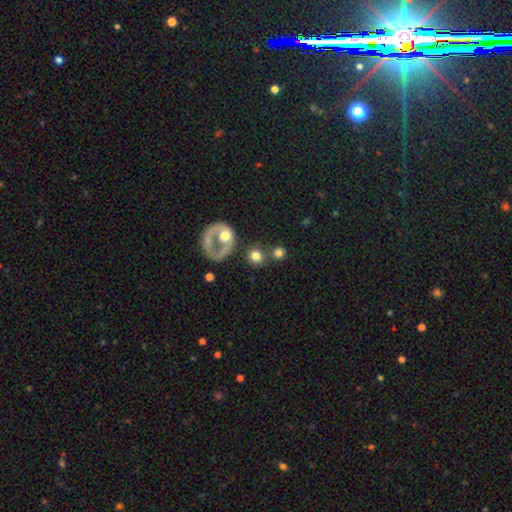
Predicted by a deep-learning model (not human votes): Smooth or featured: smooth — 70% (featured or disk — 20%)
How rounded: round — 87% (in between — 12%)
Merging: none — 61% (merger — 20%)